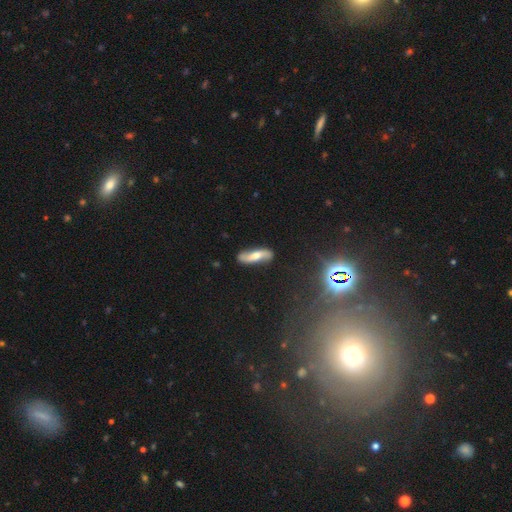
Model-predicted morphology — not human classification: featured or disk 54%, smooth 38%, star or artifact 7%. Down the decision tree: edge-on disk — no (73%); merging — none (80%).